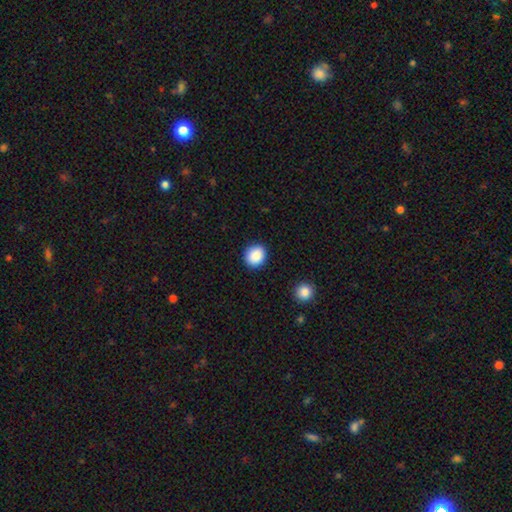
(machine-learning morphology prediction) Smooth or featured?
  - smooth: 89% *
  - star or artifact: 8%
  - featured or disk: 3%
How rounded?
  - round: 76% *
  - in between: 23%
  - cigar-shaped: 1%
Merging?
  - none: 90% *
  - minor disturbance: 7%
  - major disturbance: 2%
  - merger: 1%